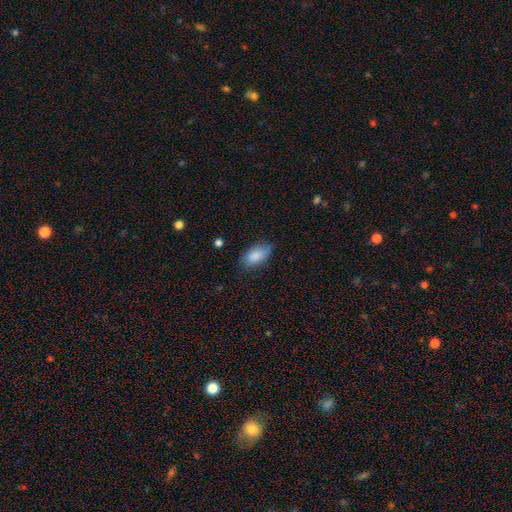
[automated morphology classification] Smooth or featured?
  - smooth: 86% *
  - featured or disk: 8%
  - star or artifact: 6%
How rounded?
  - in between: 92% *
  - cigar-shaped: 5%
  - round: 3%
Merging?
  - none: 75% *
  - minor disturbance: 19%
  - major disturbance: 4%
  - merger: 1%